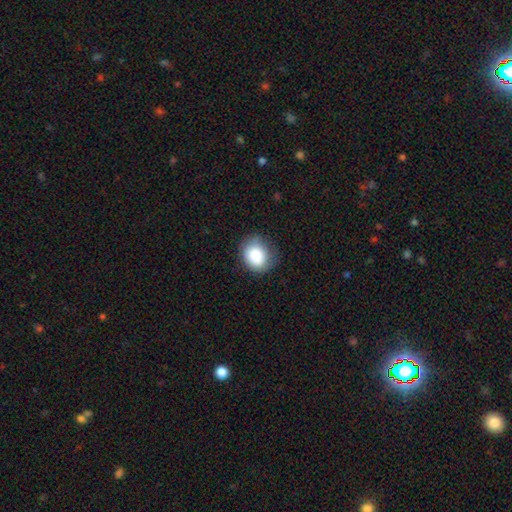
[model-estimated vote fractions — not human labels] The model was most divided on "how rounded": round: 63%, in between: 36%, cigar-shaped: 1%. More confident: smooth or featured — smooth (87%); merging — none (73%).